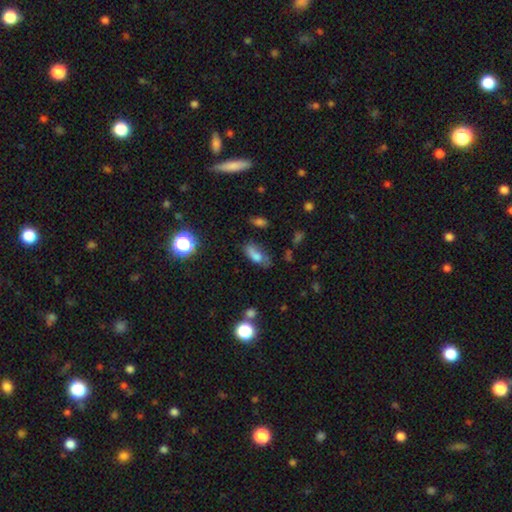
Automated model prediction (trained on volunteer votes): Smooth or featured? Predicted: smooth (p=0.70). How rounded? Predicted: in between (p=0.79). Merging? Predicted: none (p=0.47).